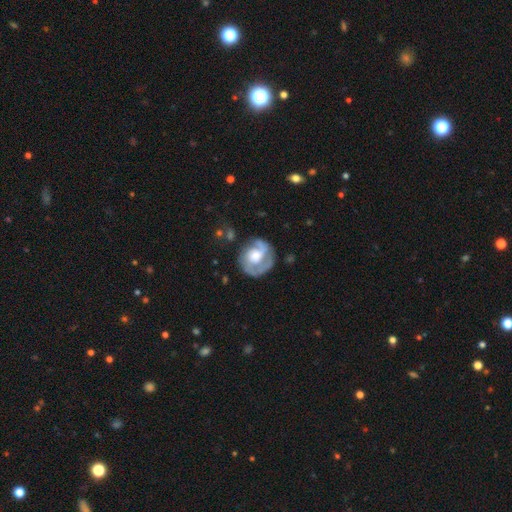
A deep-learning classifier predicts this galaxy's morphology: Smooth or featured? featured or disk (71%)
Edge-on disk? no (98%)
Bar? no (70%)
Spiral arms? yes (82%)
Spiral winding? tight (50%)
Spiral arm count? 2 (41%)
Bulge size? moderate (54%)
Merging? none (63%)